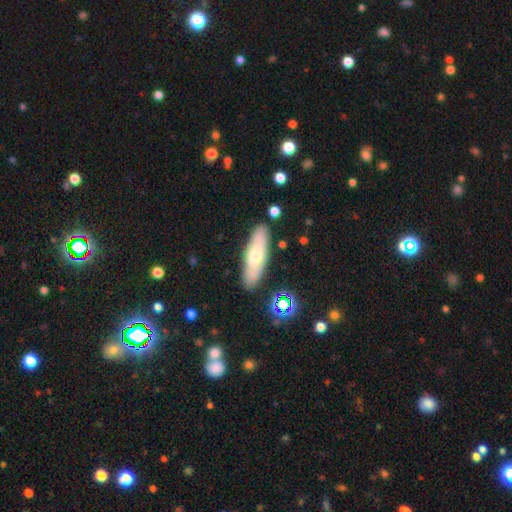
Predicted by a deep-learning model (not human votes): This is possibly a smooth galaxy (51%). How rounded: possibly in between (53%). Merging: clearly none (85%).